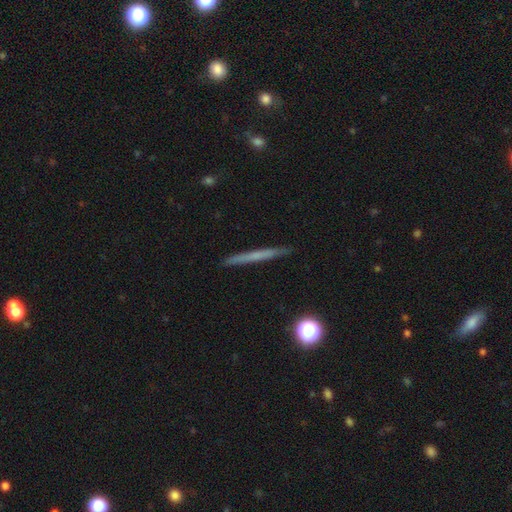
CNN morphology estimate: Smooth or featured: smooth — 49% (featured or disk — 43%)
Merging: none — 91% (minor disturbance — 6%)